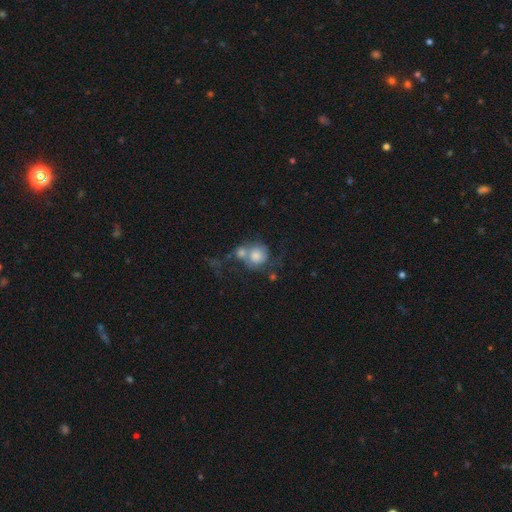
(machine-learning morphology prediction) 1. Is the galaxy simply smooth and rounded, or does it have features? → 65% smooth, 27% featured or disk, 8% star or artifact.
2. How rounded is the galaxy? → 84% round, 15% in between, 1% cigar-shaped.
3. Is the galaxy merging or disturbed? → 50% merger, 24% none, 15% major disturbance, 11% minor disturbance.